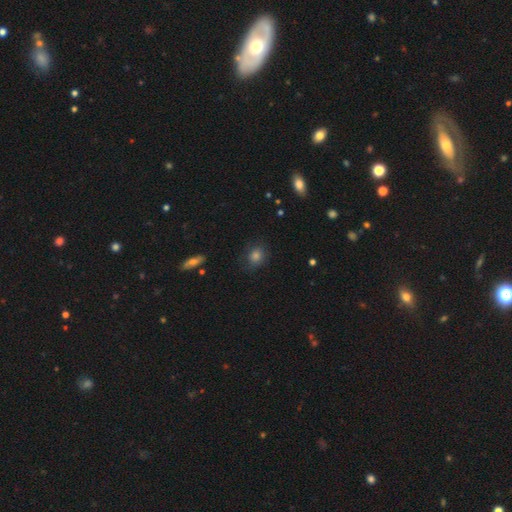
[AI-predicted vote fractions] smooth 71%, star or artifact 17%, featured or disk 12%. Down the decision tree: how rounded — round (73%); merging — none (79%).